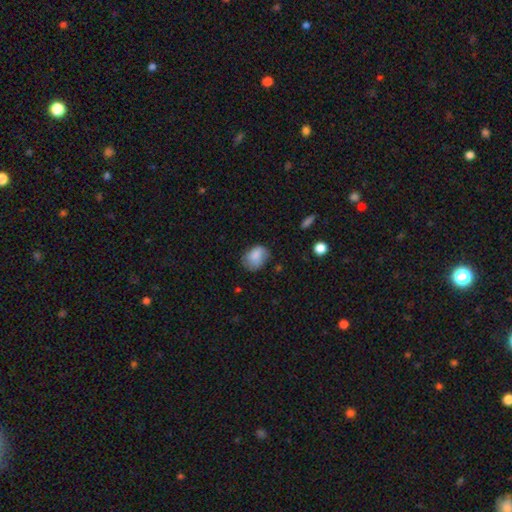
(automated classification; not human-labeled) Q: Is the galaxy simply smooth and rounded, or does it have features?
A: smooth — 81%.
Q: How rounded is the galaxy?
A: in between — 60%.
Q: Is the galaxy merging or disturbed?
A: none — 63%.